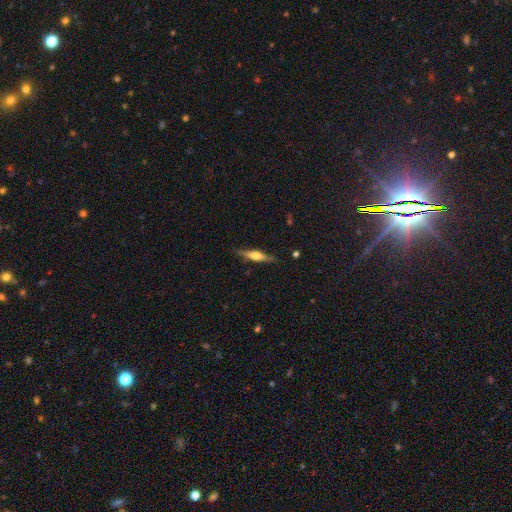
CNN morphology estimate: Overall: featured or disk (66%; smooth 28%). Edge-on disk: yes (97%). Edge-on bulge: rounded (86%). Merging: none (85%).